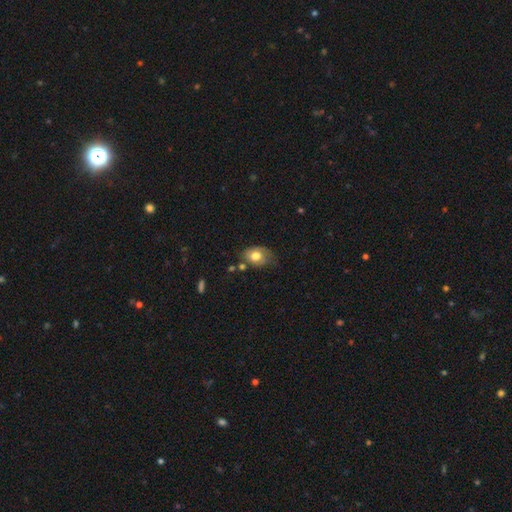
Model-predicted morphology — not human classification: This is likely a smooth galaxy (71%). How rounded: likely in between (73%). Merging: possibly none (56%).